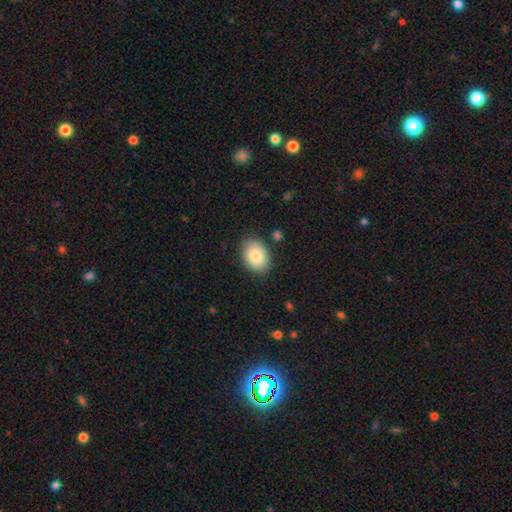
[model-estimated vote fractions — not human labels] Q: Smooth or featured?
A: smooth (84%); runner-up: featured or disk (9%)
Q: How rounded?
A: in between (81%); runner-up: round (18%)
Q: Merging?
A: none (85%); runner-up: minor disturbance (11%)